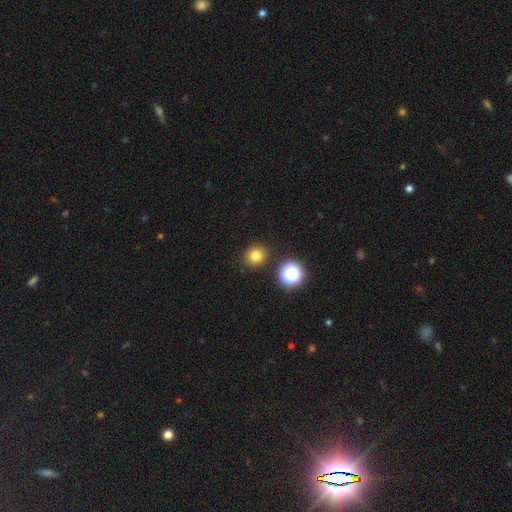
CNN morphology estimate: type=smooth (78%); roundness=round (84%); merging=none (89%).